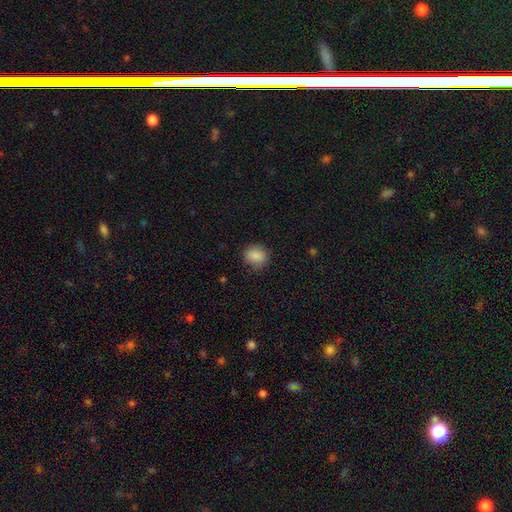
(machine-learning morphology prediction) smooth 87%, star or artifact 8%, featured or disk 5%. Down the decision tree: how rounded — round (71%); merging — none (82%).